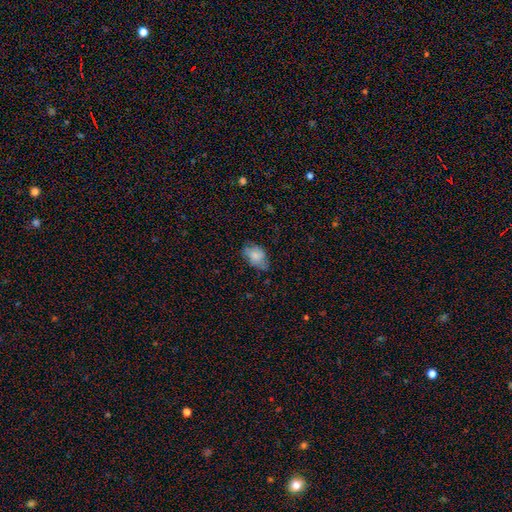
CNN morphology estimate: Smooth or featured? Predicted: smooth (p=0.76). How rounded? Predicted: in between (p=0.86). Merging? Predicted: none (p=0.57).